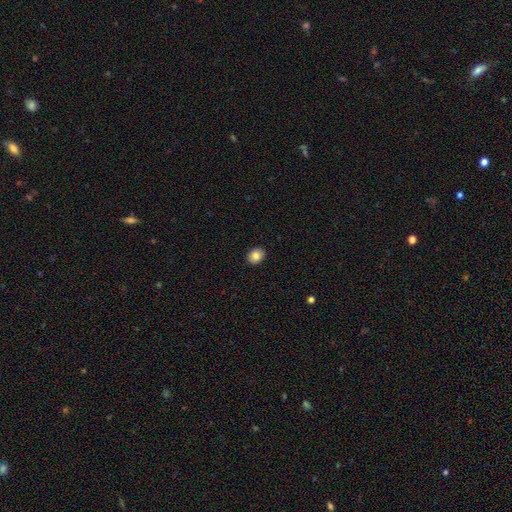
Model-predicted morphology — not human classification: smooth 83%, star or artifact 9%, featured or disk 8%. Down the decision tree: how rounded — in between (52%); merging — none (91%).